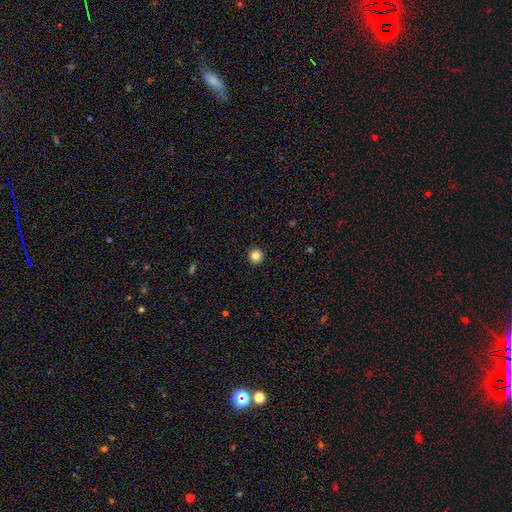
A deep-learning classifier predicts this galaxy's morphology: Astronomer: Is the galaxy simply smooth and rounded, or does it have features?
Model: smooth — 84%.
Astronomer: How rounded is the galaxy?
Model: round — 96%.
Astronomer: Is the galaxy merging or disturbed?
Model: none — 94%.